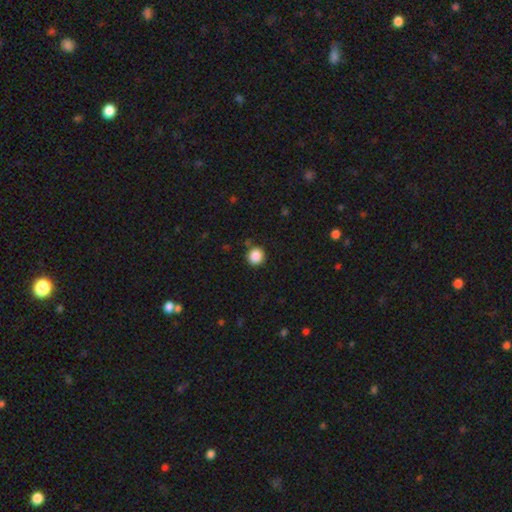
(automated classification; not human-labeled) This is clearly a smooth galaxy (87%). How rounded: clearly round (93%). Merging: clearly none (88%).